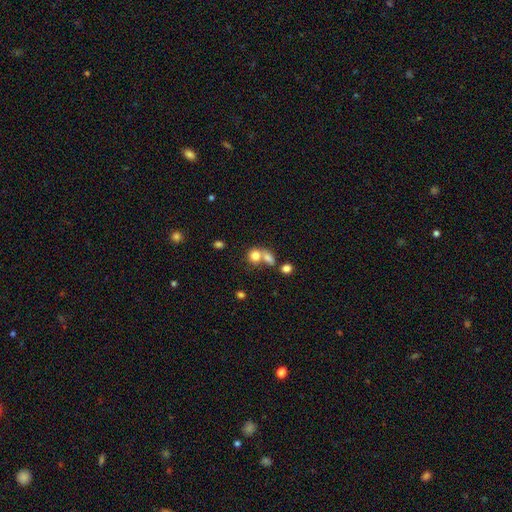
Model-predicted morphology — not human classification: smooth_or_featured: smooth (p=0.78) [alt: featured or disk p=0.12]
how_rounded: round (p=0.69) [alt: in between p=0.30]
merging: merger (p=0.56) [alt: none p=0.31]